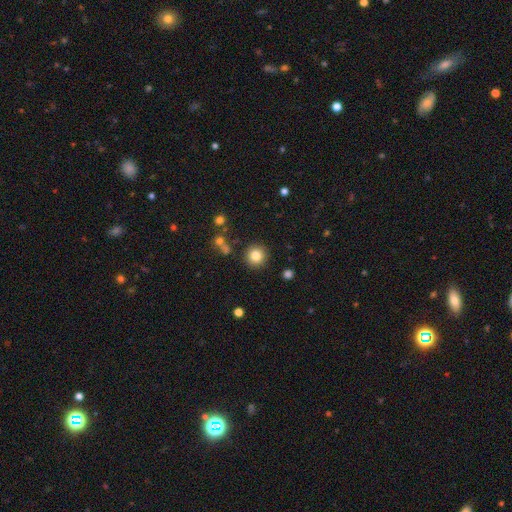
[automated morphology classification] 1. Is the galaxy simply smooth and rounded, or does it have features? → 81% smooth, 11% star or artifact, 7% featured or disk.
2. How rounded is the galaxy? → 94% round, 5% in between, 1% cigar-shaped.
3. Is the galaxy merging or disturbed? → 89% none, 6% minor disturbance, 2% merger, 2% major disturbance.